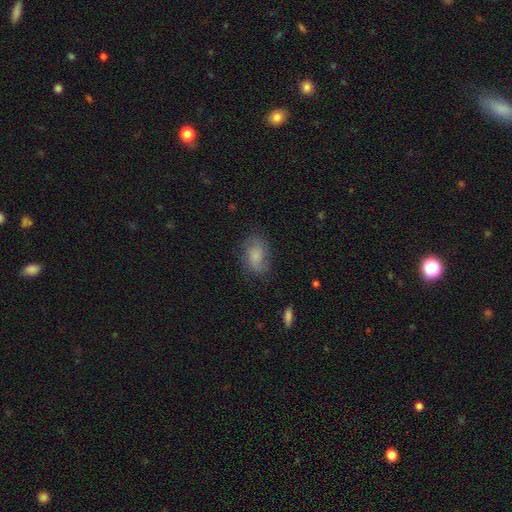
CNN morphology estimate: Smooth or featured? smooth (51%)
How rounded? in between (77%)
Merging? none (69%)